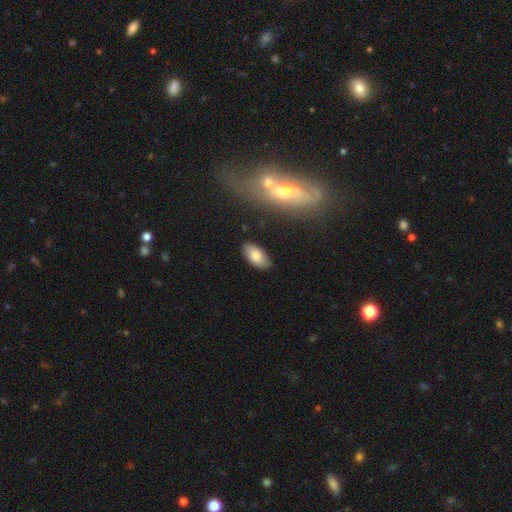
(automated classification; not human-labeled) Morphology: type=smooth (75%); roundness=in between (94%); merging=none (82%).